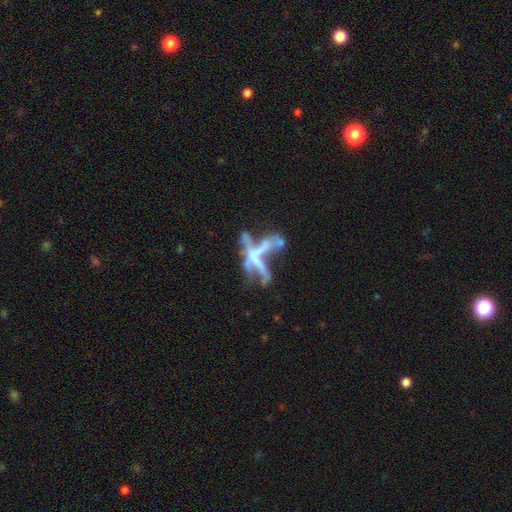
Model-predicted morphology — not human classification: Smooth or featured: featured or disk — 60% (smooth — 23%)
Edge-on disk: no — 81% (yes — 19%)
Merging: merger — 40% (major disturbance — 32%)